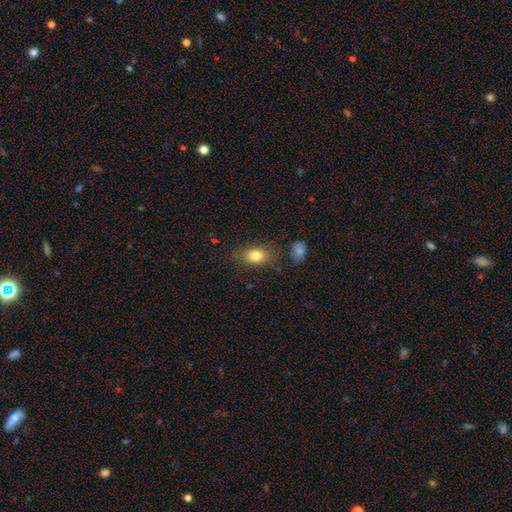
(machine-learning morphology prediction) A smooth galaxy with no disk features (81%) that is in between round and cigar-shaped (76%). Merging: none (76%).